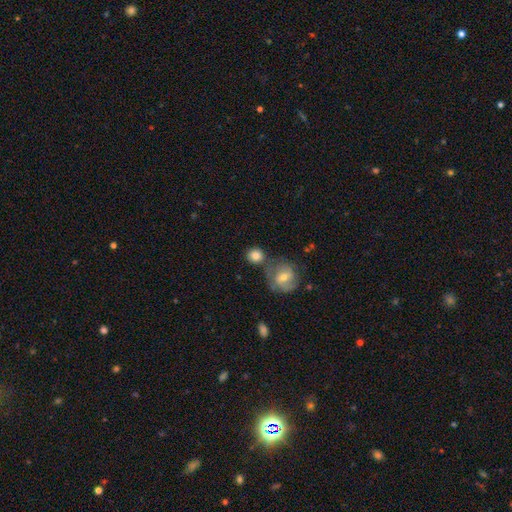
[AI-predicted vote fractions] smooth 79%, featured or disk 13%, star or artifact 8%. Down the decision tree: how rounded — round (85%); merging — none (57%).